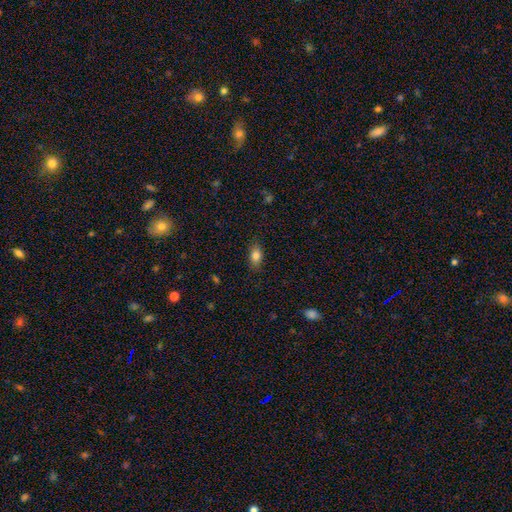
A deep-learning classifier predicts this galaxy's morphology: Overall: smooth (82%). How rounded: in between (84%). Merging: none (84%).